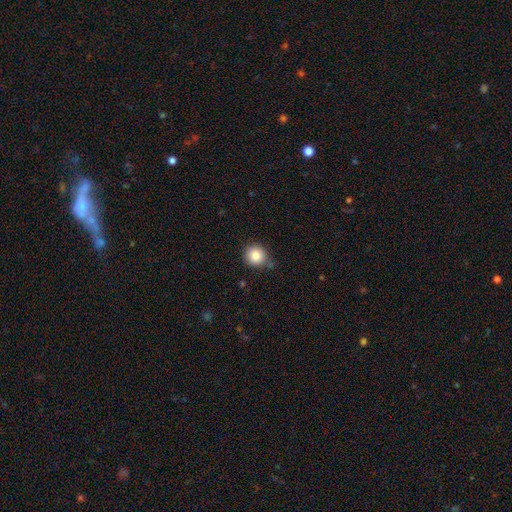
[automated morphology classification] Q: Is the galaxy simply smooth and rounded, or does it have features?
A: smooth — 85%.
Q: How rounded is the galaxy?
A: round — 92%.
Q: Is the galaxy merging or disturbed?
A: none — 74%.